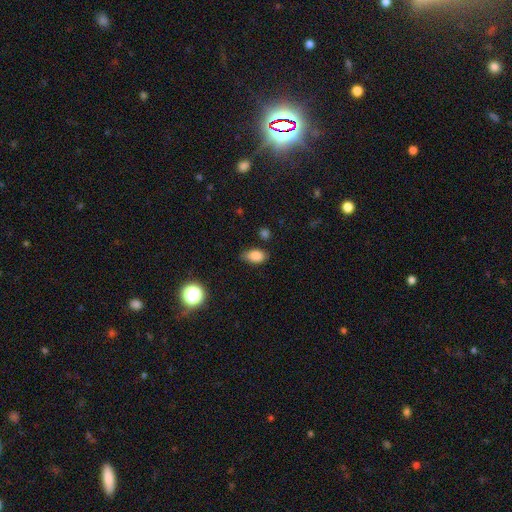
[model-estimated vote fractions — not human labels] Smooth or featured? Predicted: smooth (p=0.84). How rounded? Predicted: in between (p=0.89). Merging? Predicted: none (p=0.71).